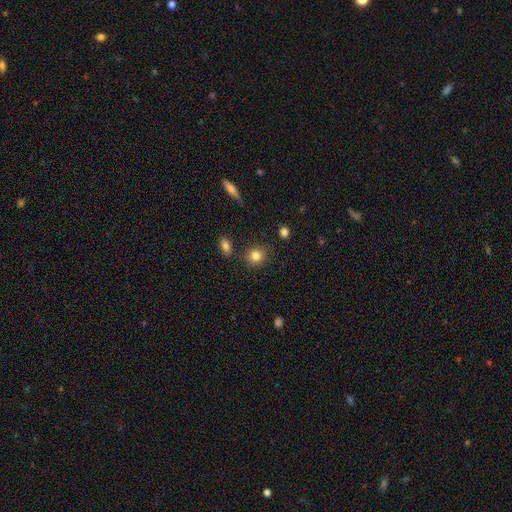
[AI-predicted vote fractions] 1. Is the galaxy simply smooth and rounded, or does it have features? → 83% smooth, 10% star or artifact, 7% featured or disk.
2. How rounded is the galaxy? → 80% round, 19% in between, 1% cigar-shaped.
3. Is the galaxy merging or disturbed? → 84% none, 10% minor disturbance, 4% merger, 3% major disturbance.